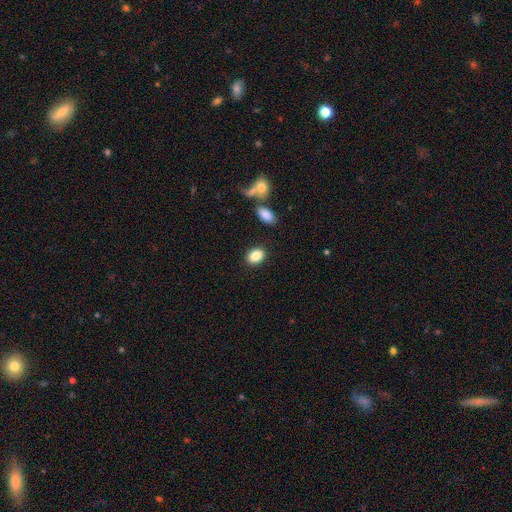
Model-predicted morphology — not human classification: smooth 86%, star or artifact 8%, featured or disk 6%. Down the decision tree: how rounded — in between (76%); merging — none (85%).